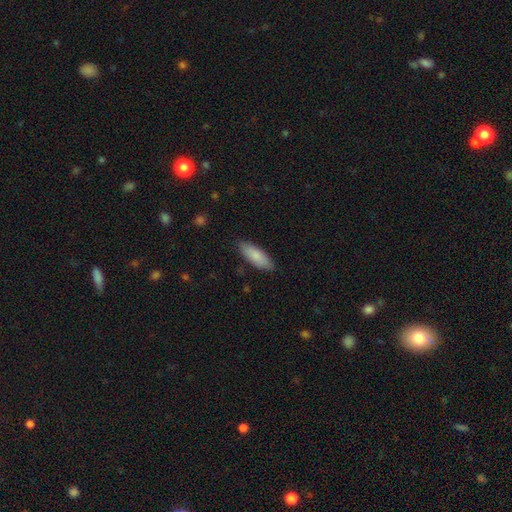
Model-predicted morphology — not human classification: Smooth or featured? Predicted: smooth (p=0.84). How rounded? Predicted: in between (p=0.66). Merging? Predicted: none (p=0.86).